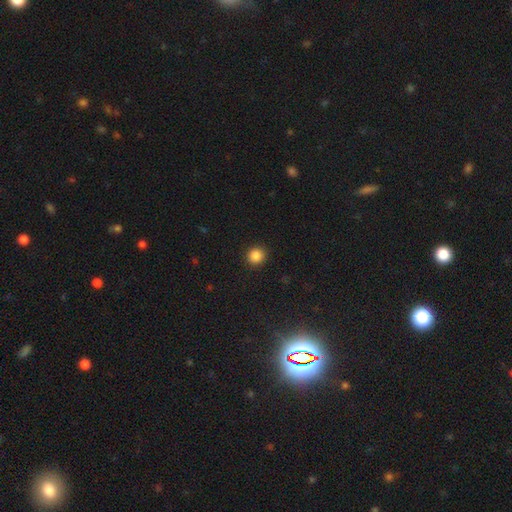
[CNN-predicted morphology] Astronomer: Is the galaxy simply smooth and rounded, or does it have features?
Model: smooth — 86%.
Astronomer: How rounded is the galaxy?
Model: round — 93%.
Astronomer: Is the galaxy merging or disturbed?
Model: none — 92%.